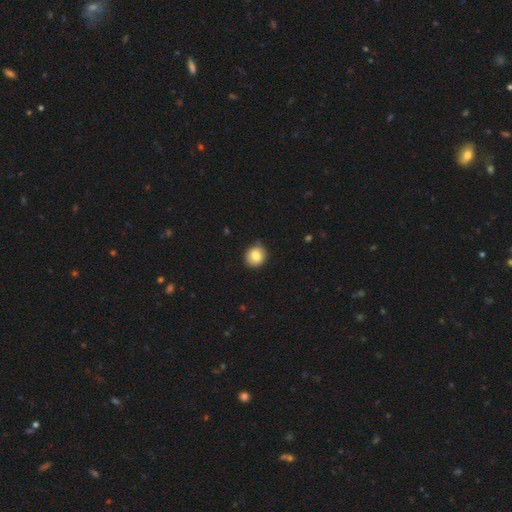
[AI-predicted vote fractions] smooth 81%, featured or disk 10%, star or artifact 9%. Down the decision tree: how rounded — round (85%); merging — none (79%).